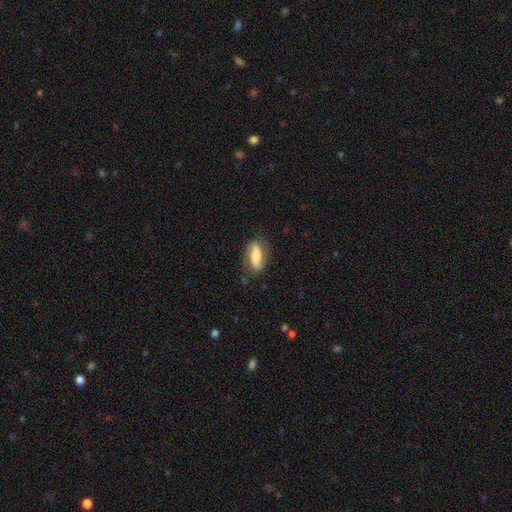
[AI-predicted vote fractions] Smooth or featured: smooth — 47% (featured or disk — 46%)
Merging: none — 75% (minor disturbance — 18%)